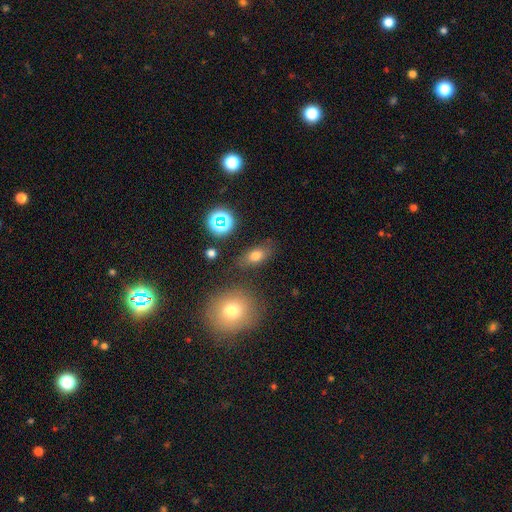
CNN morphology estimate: Overall: smooth (72%). How rounded: in between (80%). Merging: none (78%).